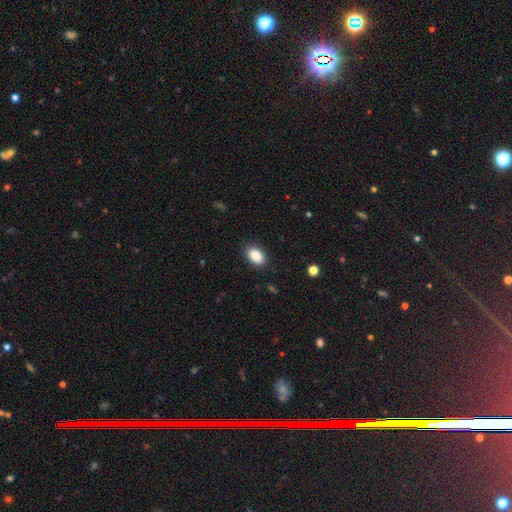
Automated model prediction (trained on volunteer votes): Smooth or featured?
  - smooth: 89% *
  - star or artifact: 8%
  - featured or disk: 4%
How rounded?
  - in between: 87% *
  - round: 11%
  - cigar-shaped: 1%
Merging?
  - none: 87% *
  - minor disturbance: 10%
  - major disturbance: 2%
  - merger: 1%